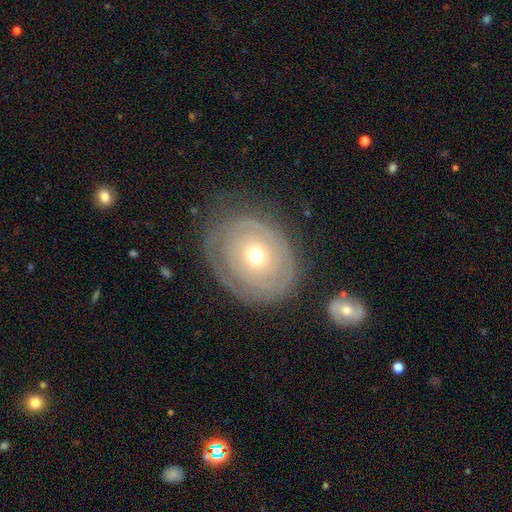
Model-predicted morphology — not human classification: This appears to be a featured or disk galaxy (67%) with no bar (87%), spiral arms (64%) and a moderate central bulge (61%). Merging: none (72%).